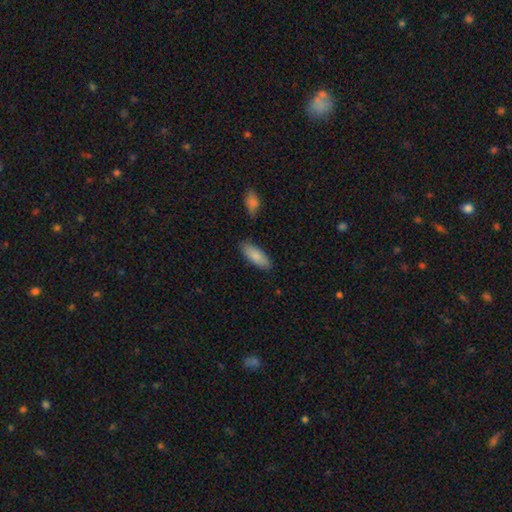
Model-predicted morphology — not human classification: A smooth galaxy with no disk features (84%) that is in between round and cigar-shaped (77%). Merging: none (82%).